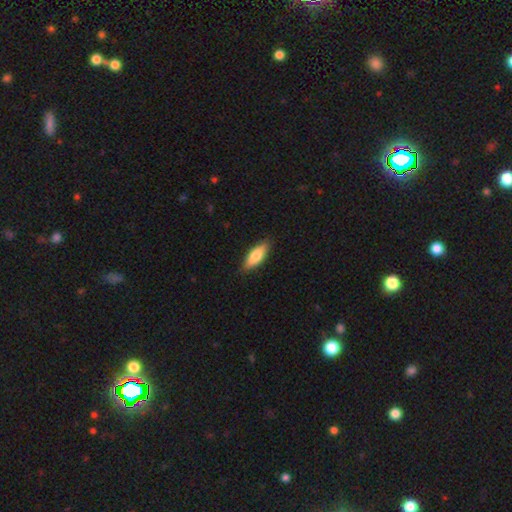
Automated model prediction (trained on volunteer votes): The model was most divided on "how rounded": in between: 59%, cigar-shaped: 38%, round: 2%. More confident: merging — none (87%); smooth or featured — smooth (71%).